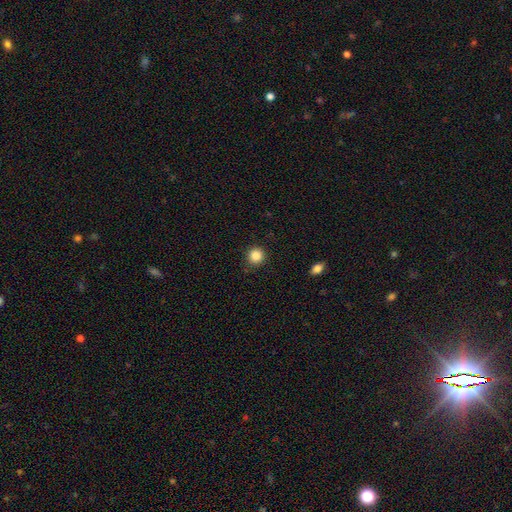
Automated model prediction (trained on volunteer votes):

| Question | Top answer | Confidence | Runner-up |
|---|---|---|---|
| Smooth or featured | smooth | 85% | star or artifact (11%) |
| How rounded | round | 94% | in between (5%) |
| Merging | none | 90% | minor disturbance (7%) |